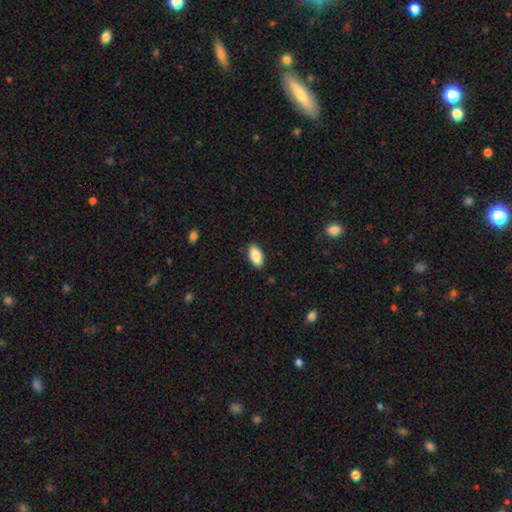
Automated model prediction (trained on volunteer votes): A smooth galaxy with no disk features (87%) that is in between round and cigar-shaped (93%). Merging: none (87%).